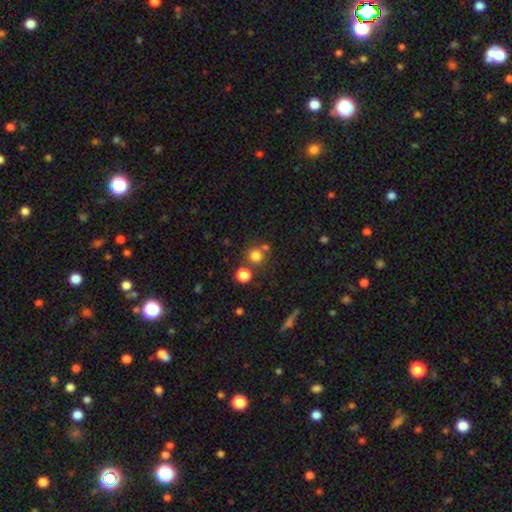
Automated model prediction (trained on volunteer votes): smooth_or_featured: smooth (p=0.77) [alt: star or artifact p=0.15]
how_rounded: round (p=0.92) [alt: in between p=0.07]
merging: none (p=0.69) [alt: merger p=0.19]